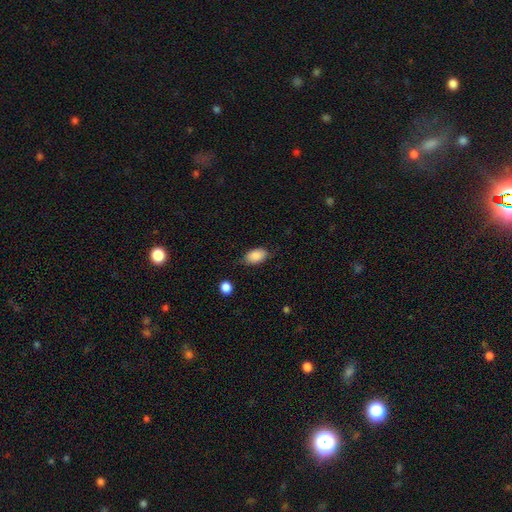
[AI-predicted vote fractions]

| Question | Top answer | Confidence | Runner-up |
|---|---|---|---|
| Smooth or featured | smooth | 87% | star or artifact (7%) |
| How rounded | in between | 91% | round (7%) |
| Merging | none | 76% | minor disturbance (18%) |